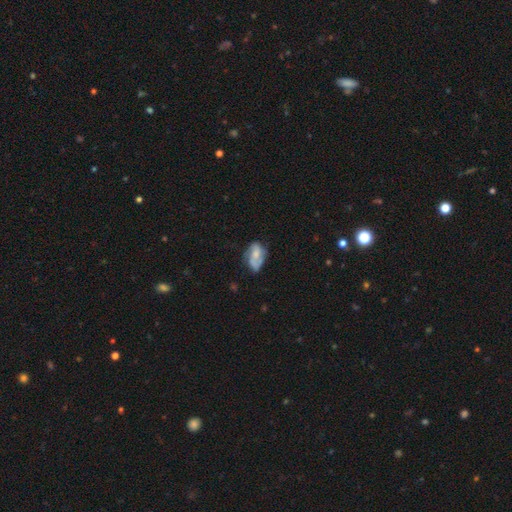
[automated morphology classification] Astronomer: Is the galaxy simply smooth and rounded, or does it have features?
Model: featured or disk — 48% (runner-up: smooth, 44%).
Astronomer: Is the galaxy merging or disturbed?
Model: none — 48% (runner-up: minor disturbance, 32%).